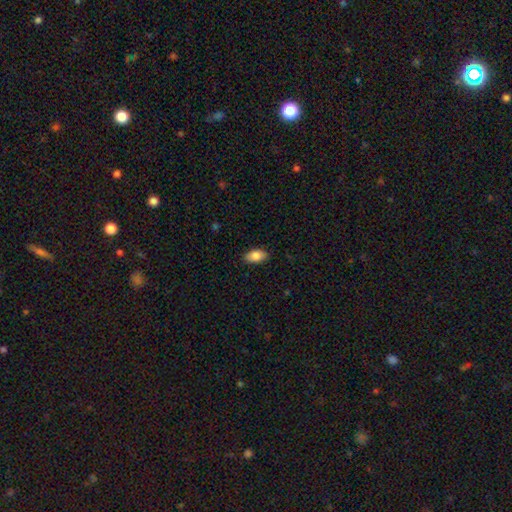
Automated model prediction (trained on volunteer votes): A smooth galaxy with no disk features (84%) that is in between round and cigar-shaped (92%).

Vote fractions:
- Smooth or featured? smooth: 84% / featured or disk: 9% / star or artifact: 7%
- How rounded? in between: 92% / round: 5% / cigar-shaped: 3%
- Merging? none: 87% / minor disturbance: 10% / major disturbance: 2% / merger: 1%